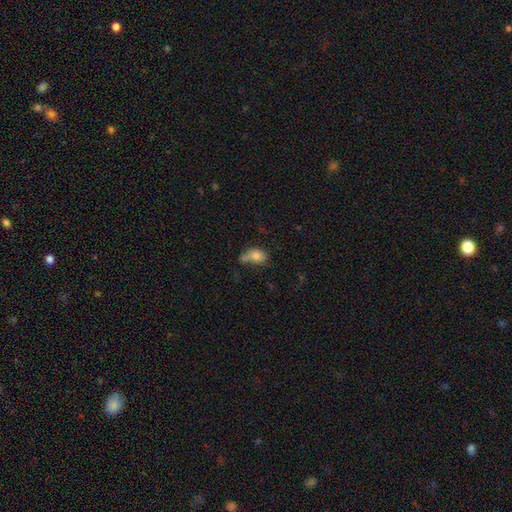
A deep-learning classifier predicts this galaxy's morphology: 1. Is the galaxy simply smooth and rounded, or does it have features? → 76% smooth, 15% featured or disk, 10% star or artifact.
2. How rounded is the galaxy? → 79% in between, 18% round, 3% cigar-shaped.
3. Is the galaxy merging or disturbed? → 32% none, 28% minor disturbance, 20% merger, 20% major disturbance.